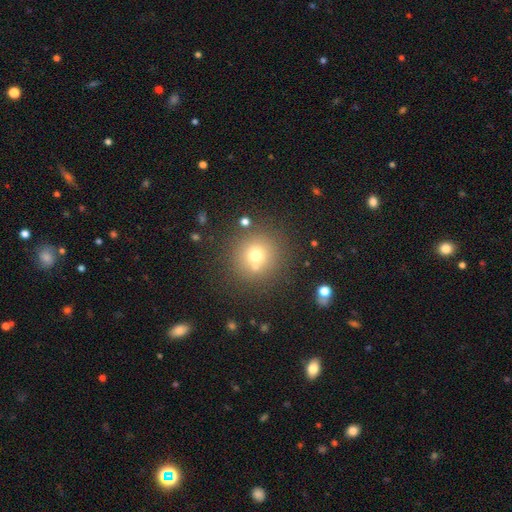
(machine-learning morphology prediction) This appears to be a smooth galaxy with no disk features (68%) that is round (92%). Merging: none (77%).